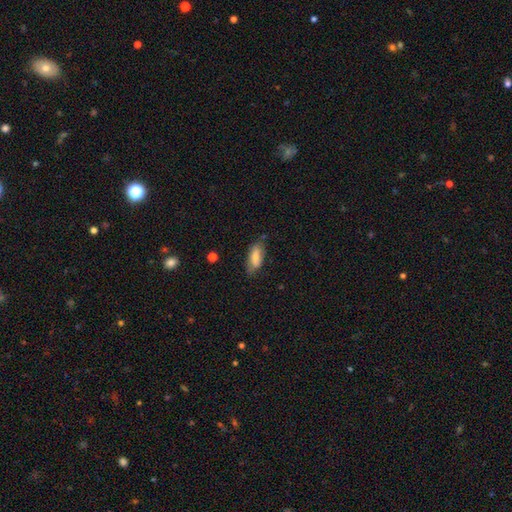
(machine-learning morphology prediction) Q: Smooth or featured?
A: smooth (78%); runner-up: featured or disk (15%)
Q: How rounded?
A: in between (77%); runner-up: cigar-shaped (21%)
Q: Merging?
A: none (66%); runner-up: minor disturbance (25%)